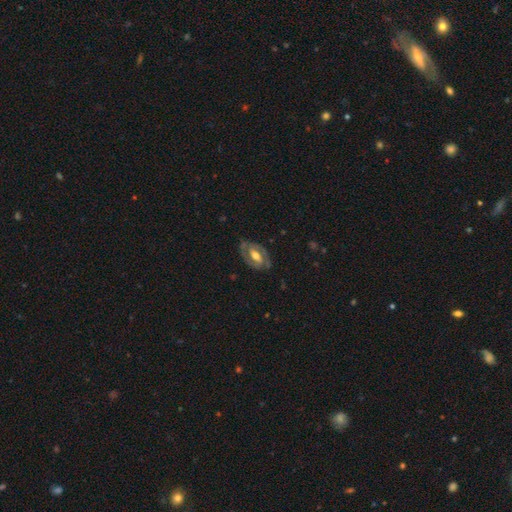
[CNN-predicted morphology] smooth_or_featured: featured or disk (p=0.78) [alt: smooth p=0.17]
disk_edge_on: no (p=0.94) [alt: yes p=0.06]
bar: weak (p=0.40) [alt: strong p=0.36]
has_spiral_arms: yes (p=0.83) [alt: no p=0.17]
spiral_winding: medium (p=0.43) [tied with: tight p=0.43]
spiral_arm_count: 2 (p=0.84) [alt: can't tell p=0.09]
bulge_size: moderate (p=0.66) [alt: small p=0.17]
merging: none (p=0.74) [alt: minor disturbance p=0.18]